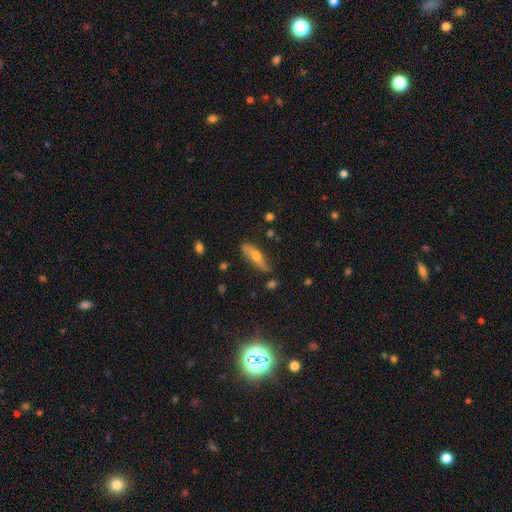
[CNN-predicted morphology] This is possibly a featured or disk galaxy (52%). It is likely viewed edge-on (74%). Merging: likely none (73%).